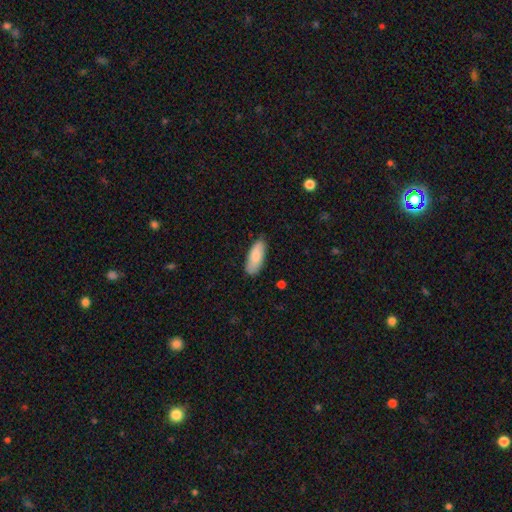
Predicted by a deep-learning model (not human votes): smooth 84%, featured or disk 10%, star or artifact 6%. Down the decision tree: how rounded — in between (76%); merging — none (83%).